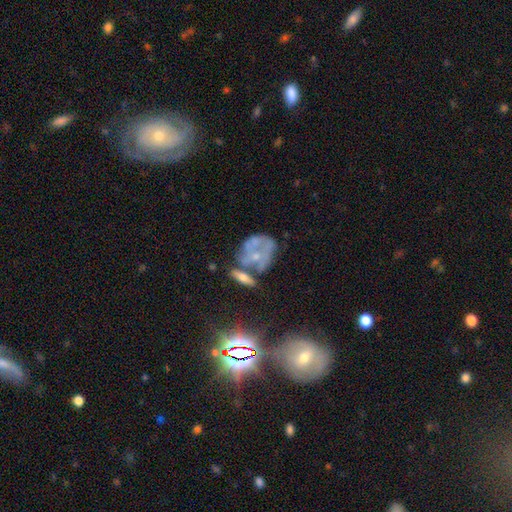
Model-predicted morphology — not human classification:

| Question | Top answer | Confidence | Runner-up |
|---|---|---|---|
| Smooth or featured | featured or disk | 54% | smooth (25%) |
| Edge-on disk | no | 94% | yes (6%) |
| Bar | no | 80% | weak (14%) |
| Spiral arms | no | 61% | yes (39%) |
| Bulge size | small | 58% | moderate (27%) |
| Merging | merger | 34% | none (31%) |